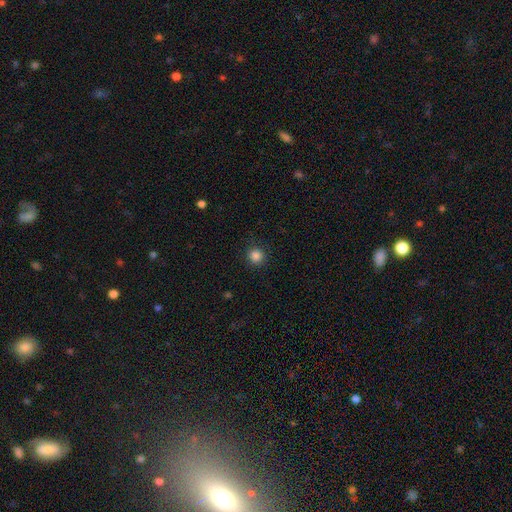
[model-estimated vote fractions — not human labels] A smooth galaxy with no disk features (85%) that is round (94%).

Vote fractions:
- Smooth or featured? smooth: 85% / star or artifact: 12% / featured or disk: 3%
- How rounded? round: 94% / in between: 5% / cigar-shaped: 1%
- Merging? none: 90% / minor disturbance: 6% / major disturbance: 2% / merger: 1%